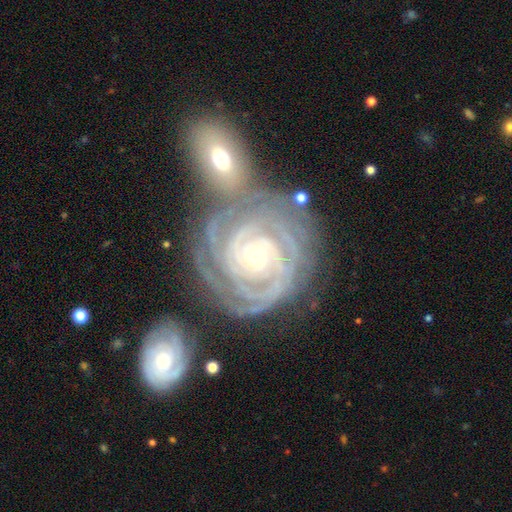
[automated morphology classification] type=featured or disk (92%); edge-on=no (97%); bar=no (68%); spiral arms=yes (98%); winding=tight (88%); arm count=3 (29%); bulge=small (59%); merging=none (57%).